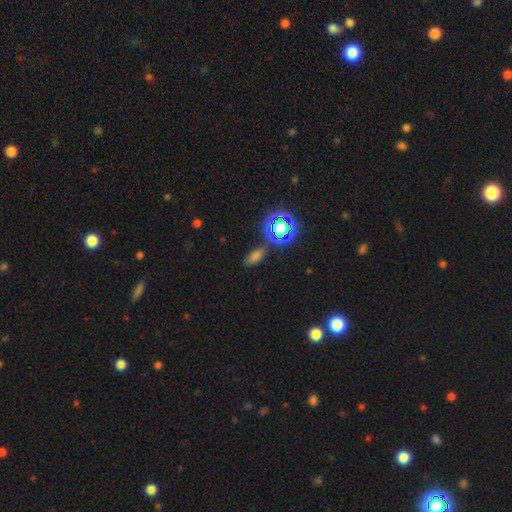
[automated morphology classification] This is possibly a smooth galaxy (59%). How rounded: likely in between (78%). Merging: likely none (77%).